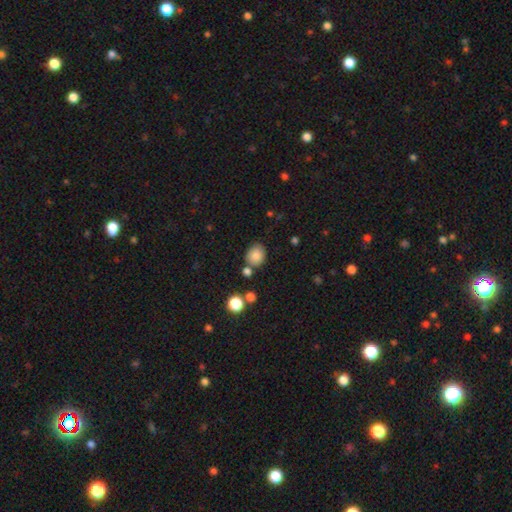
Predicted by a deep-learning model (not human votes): Q: Smooth or featured?
A: smooth (84%); runner-up: star or artifact (10%)
Q: How rounded?
A: round (63%); runner-up: in between (37%)
Q: Merging?
A: none (72%); runner-up: minor disturbance (13%)